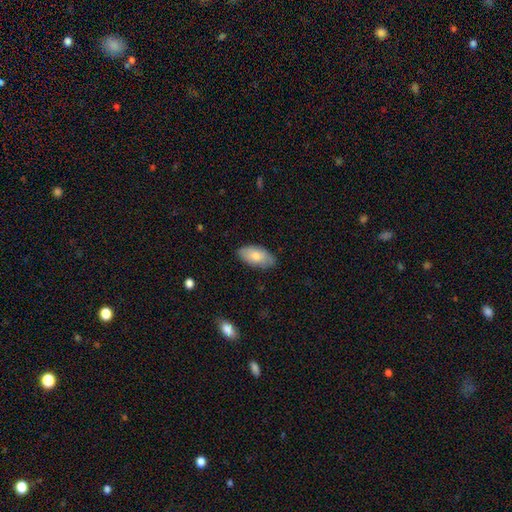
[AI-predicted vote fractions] Smooth or featured? Predicted: smooth (p=0.79). How rounded? Predicted: in between (p=0.94). Merging? Predicted: none (p=0.82).